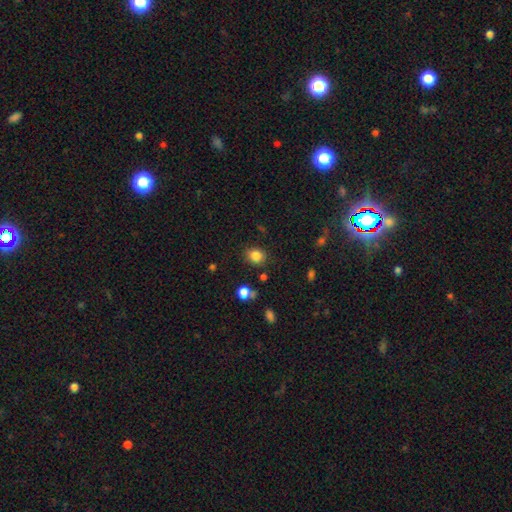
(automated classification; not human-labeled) Morphology: type=smooth (84%); roundness=round (64%); merging=none (83%).